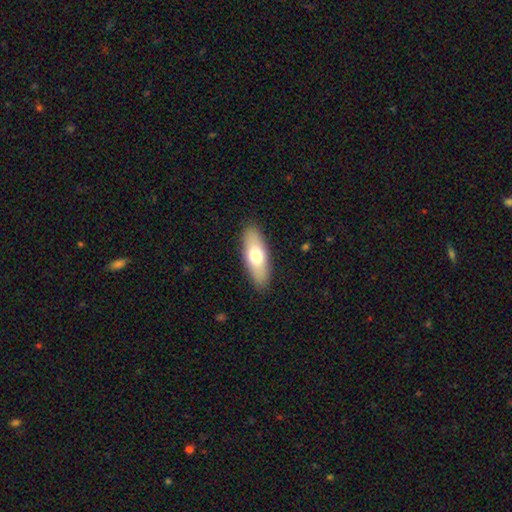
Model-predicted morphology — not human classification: Q: Smooth or featured?
A: smooth (69%); runner-up: featured or disk (25%)
Q: How rounded?
A: in between (68%); runner-up: cigar-shaped (30%)
Q: Merging?
A: none (88%); runner-up: minor disturbance (9%)